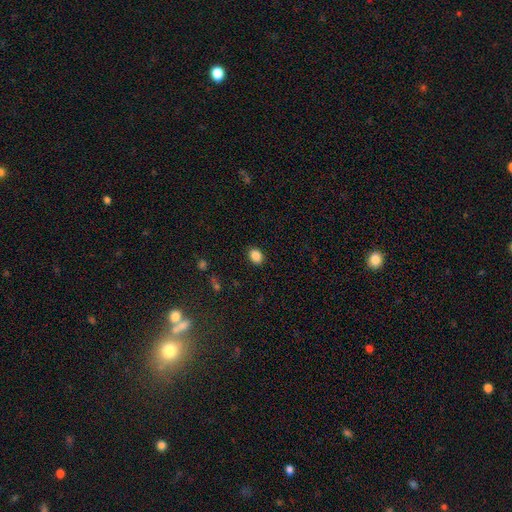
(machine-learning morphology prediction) Overall: smooth (87%). How rounded: in between (66%; round 33%). Merging: none (89%).